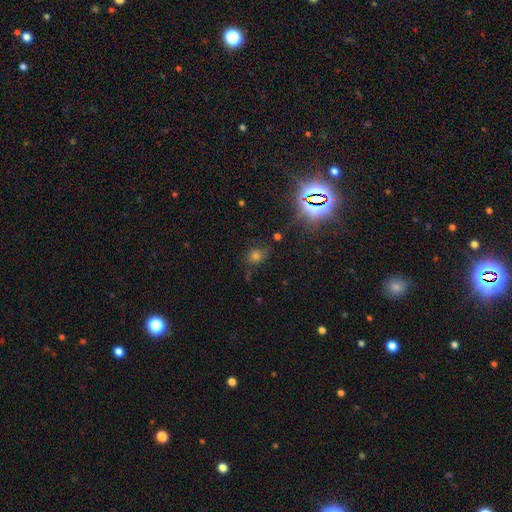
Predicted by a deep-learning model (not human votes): Q: Smooth or featured?
A: smooth (49%); runner-up: star or artifact (40%)
Q: Merging?
A: none (71%); runner-up: minor disturbance (18%)